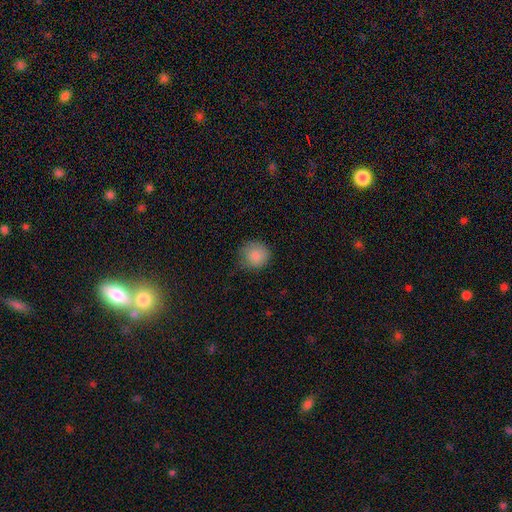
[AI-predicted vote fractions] Smooth or featured?
  - smooth: 86% *
  - star or artifact: 9%
  - featured or disk: 5%
How rounded?
  - round: 92% *
  - in between: 7%
  - cigar-shaped: 1%
Merging?
  - none: 76% *
  - minor disturbance: 19%
  - major disturbance: 4%
  - merger: 1%